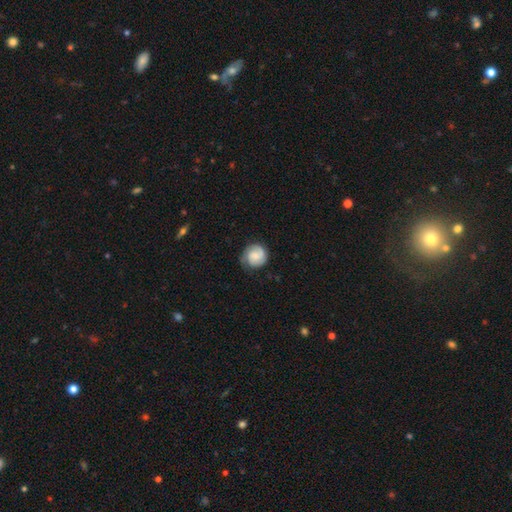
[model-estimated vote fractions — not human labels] A featured or disk galaxy (56%) with no bar (59%), 2 (64%) tight (54%) spiral arms (93%) and a small central bulge (40%). Merging: none (71%).